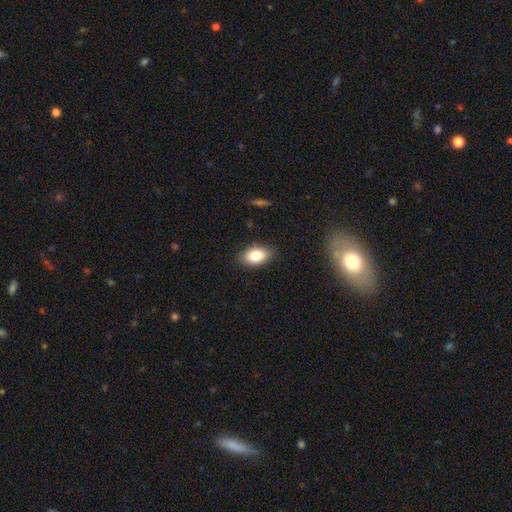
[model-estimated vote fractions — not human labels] Q: Smooth or featured?
A: smooth (82%); runner-up: featured or disk (9%)
Q: How rounded?
A: in between (89%); runner-up: round (9%)
Q: Merging?
A: none (85%); runner-up: minor disturbance (11%)